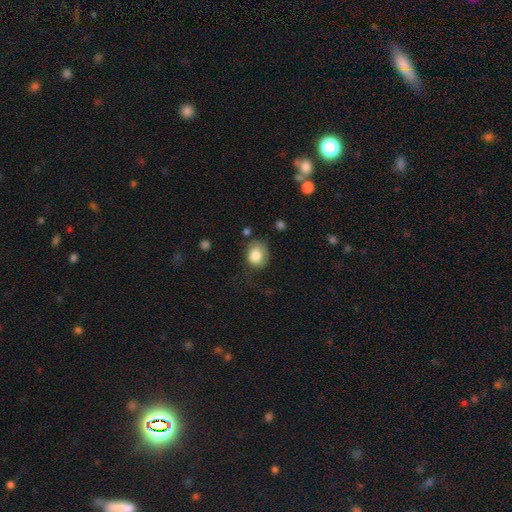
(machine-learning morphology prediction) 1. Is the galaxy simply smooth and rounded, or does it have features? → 82% smooth, 10% featured or disk, 8% star or artifact.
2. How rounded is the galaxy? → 61% round, 38% in between, 1% cigar-shaped.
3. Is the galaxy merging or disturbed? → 54% none, 29% minor disturbance, 14% major disturbance, 3% merger.